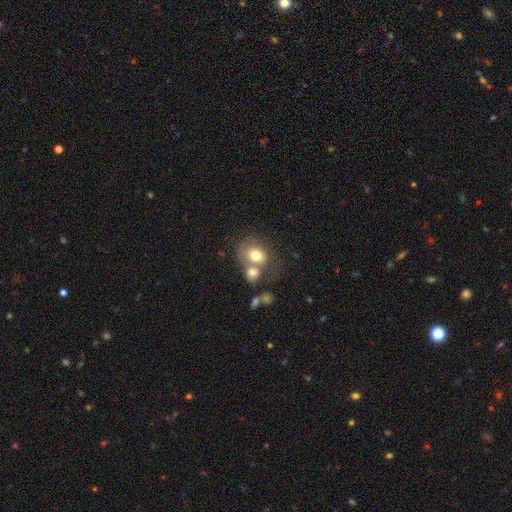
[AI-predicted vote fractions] Morphology: type=smooth (74%); roundness=round (52%); merging=merger (50%).